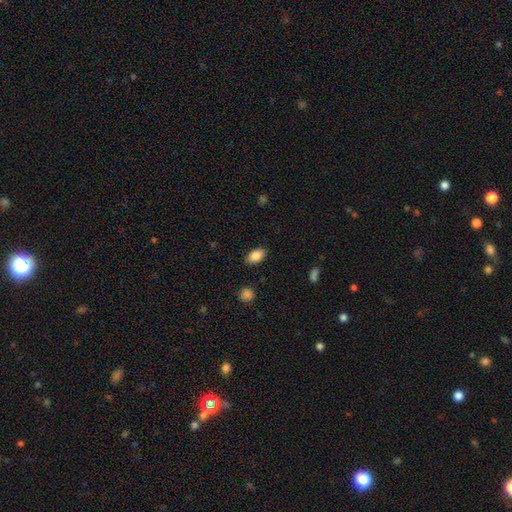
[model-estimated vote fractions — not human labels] A smooth galaxy with no disk features (86%) that is in between round and cigar-shaped (91%). Merging: none (87%).